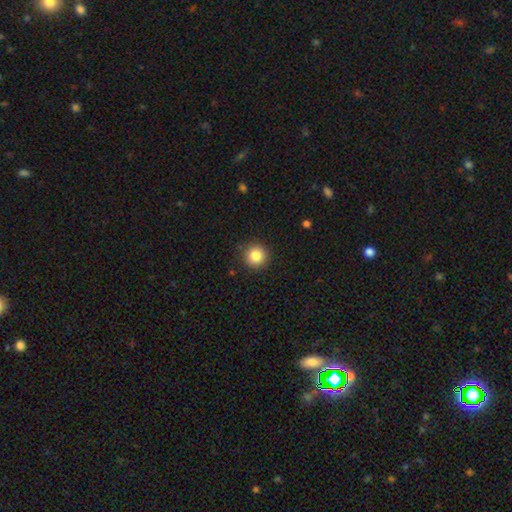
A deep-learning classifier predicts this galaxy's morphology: A smooth galaxy with no disk features (84%) that is round (95%).

Vote fractions:
- Smooth or featured? smooth: 84% / star or artifact: 10% / featured or disk: 5%
- How rounded? round: 95% / in between: 4% / cigar-shaped: 1%
- Merging? none: 91% / minor disturbance: 6% / major disturbance: 2% / merger: 1%